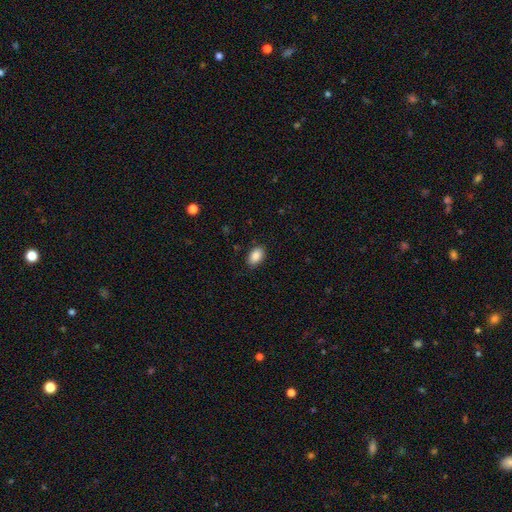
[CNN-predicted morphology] smooth-or-featured: smooth: 89% | star or artifact: 7% | featured or disk: 4%
  how-rounded: in between: 90% | round: 8% | cigar-shaped: 1%
  merging: none: 87% | minor disturbance: 9% | major disturbance: 2% | merger: 1%